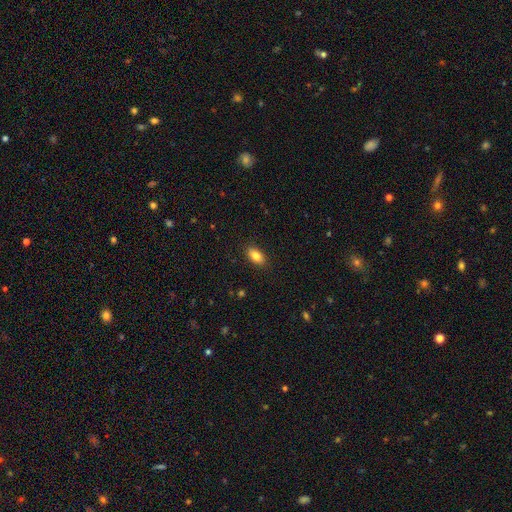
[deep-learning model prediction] Smooth or featured: smooth — 86% (star or artifact — 8%)
How rounded: in between — 91% (round — 5%)
Merging: none — 88% (minor disturbance — 8%)